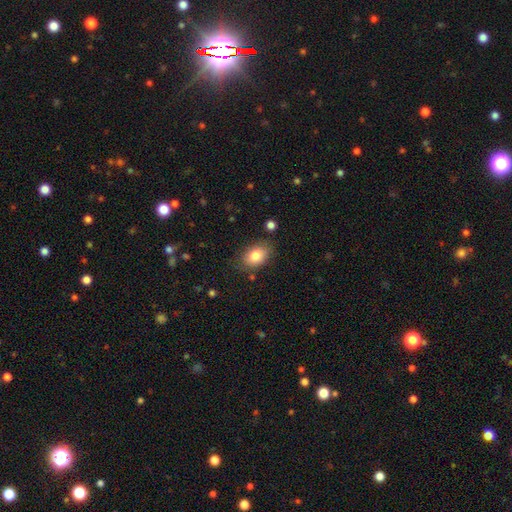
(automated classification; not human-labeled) Smooth or featured? smooth (83%)
How rounded? in between (83%)
Merging? none (81%)